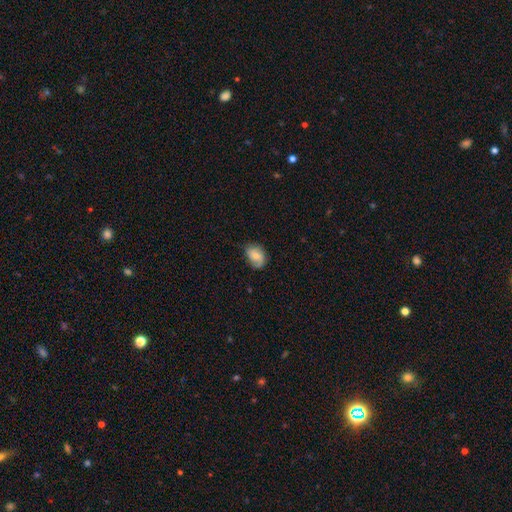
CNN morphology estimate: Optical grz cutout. It shows a smooth galaxy with no disk features (62%) that is in between round and cigar-shaped (75%). Merging: none (64%).